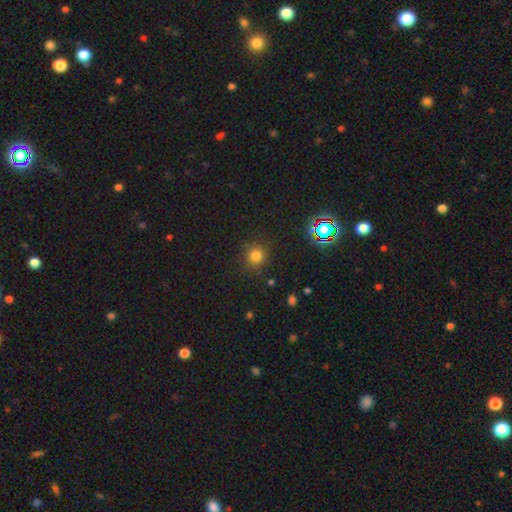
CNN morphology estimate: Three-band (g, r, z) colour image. It shows a smooth galaxy with no disk features (75%) that is round (91%). Merging: none (85%).